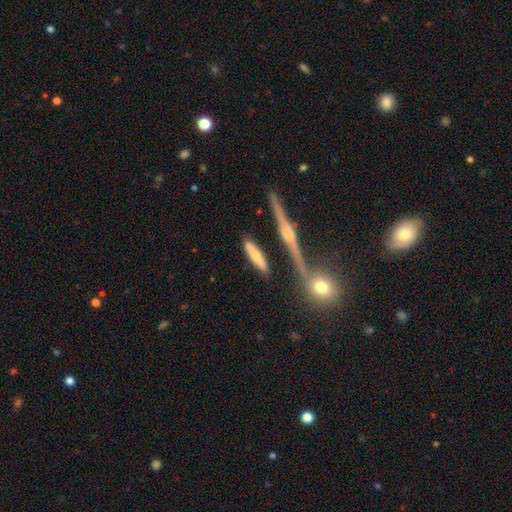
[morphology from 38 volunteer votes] This is likely a smooth galaxy (68%). How rounded: likely cigar-shaped (69%). Merging: clearly none (83%).